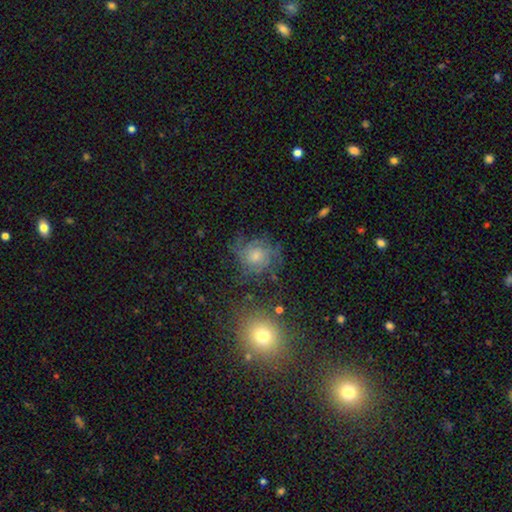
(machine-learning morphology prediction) This is possibly a featured or disk galaxy (52%). It is clearly not viewed edge-on (97%). Merging: likely none (66%).